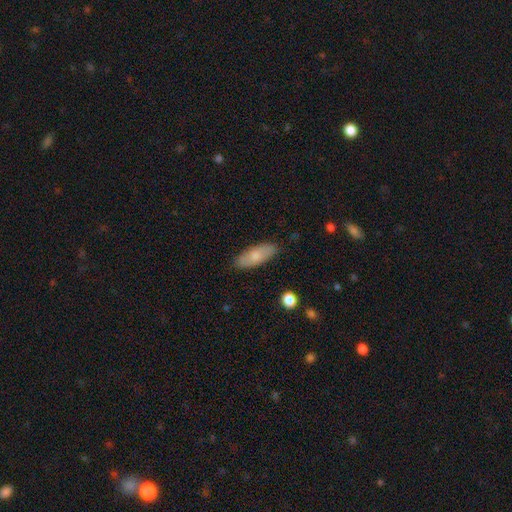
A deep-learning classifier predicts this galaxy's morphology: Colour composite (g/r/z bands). It shows a smooth galaxy with no disk features (73%) that is in between round and cigar-shaped (75%). Merging: none (85%).